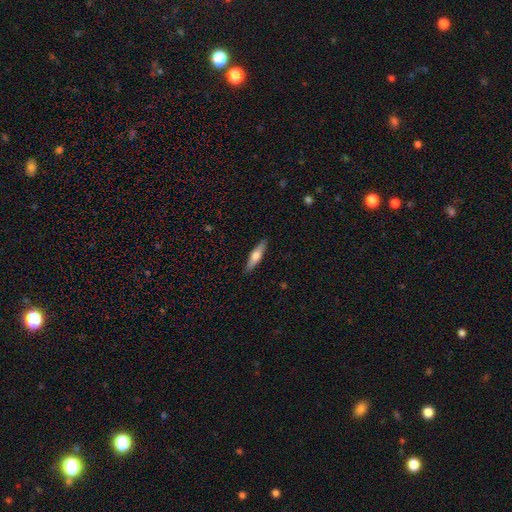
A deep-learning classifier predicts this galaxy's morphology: This is possibly a smooth galaxy (54%). How rounded: likely cigar-shaped (77%). Merging: clearly none (90%).